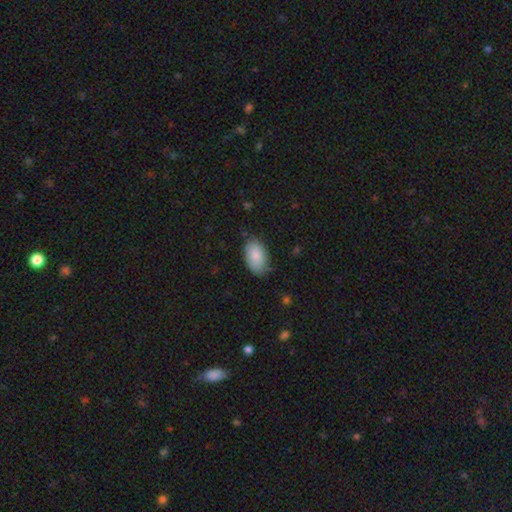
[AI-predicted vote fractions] Smooth or featured? Predicted: smooth (p=0.86). How rounded? Predicted: in between (p=0.94). Merging? Predicted: none (p=0.72).